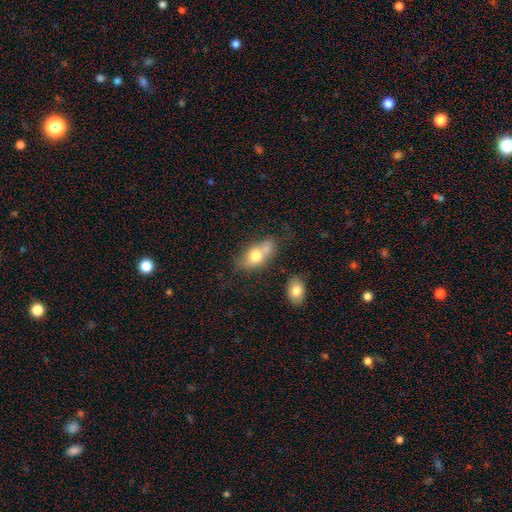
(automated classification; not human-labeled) Smooth or featured?
  - smooth: 69% *
  - featured or disk: 23%
  - star or artifact: 8%
How rounded?
  - in between: 80% *
  - round: 15%
  - cigar-shaped: 5%
Merging?
  - none: 40% *
  - merger: 31%
  - minor disturbance: 20%
  - major disturbance: 9%